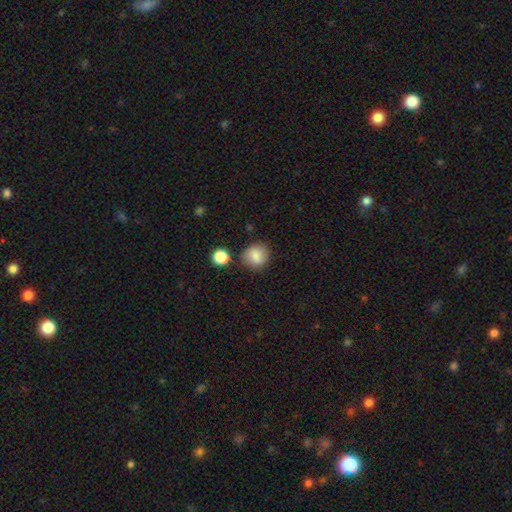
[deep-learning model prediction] smooth 82%, star or artifact 9%, featured or disk 9%. Down the decision tree: how rounded — round (78%); merging — none (79%).